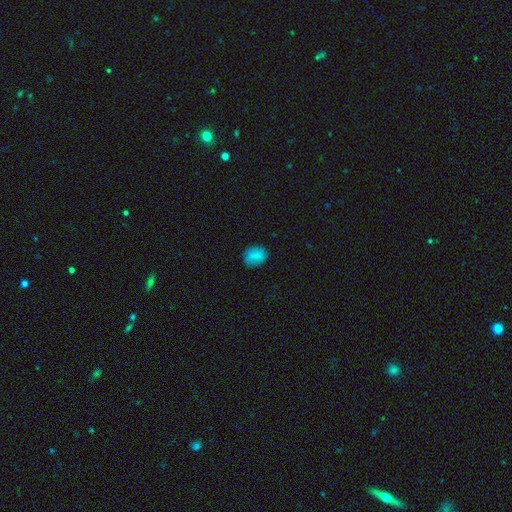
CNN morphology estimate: Smooth or featured? smooth (80%)
How rounded? round (51%)
Merging? none (83%)